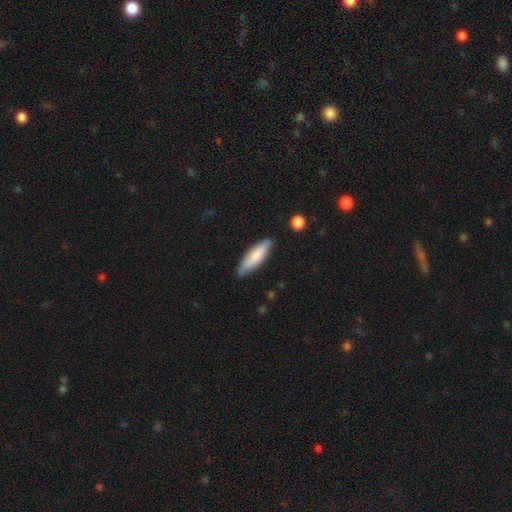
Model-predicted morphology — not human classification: smooth 80%, featured or disk 15%, star or artifact 5%. Down the decision tree: how rounded — cigar-shaped (61%); merging — none (83%).